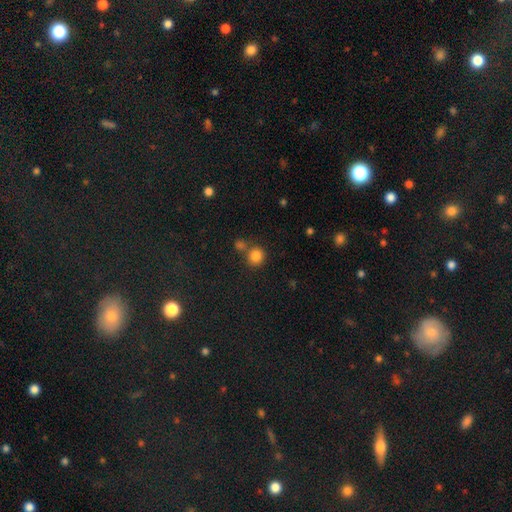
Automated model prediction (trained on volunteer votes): This is clearly a smooth galaxy (83%). How rounded: clearly round (88%). Merging: likely none (62%).